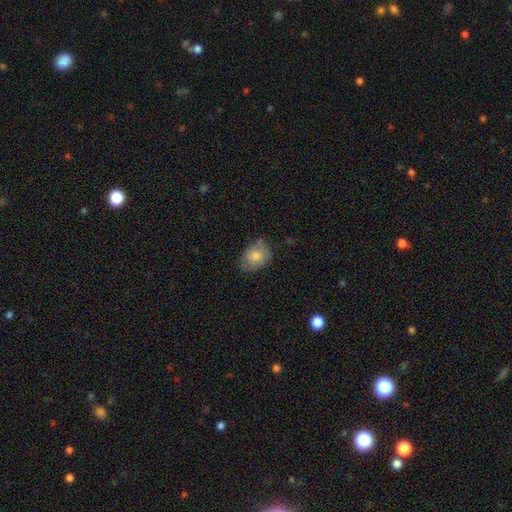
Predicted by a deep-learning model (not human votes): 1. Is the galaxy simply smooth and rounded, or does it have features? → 78% smooth, 13% featured or disk, 8% star or artifact.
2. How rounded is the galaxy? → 64% in between, 35% round, 1% cigar-shaped.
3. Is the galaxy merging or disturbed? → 69% none, 24% minor disturbance, 5% major disturbance, 2% merger.